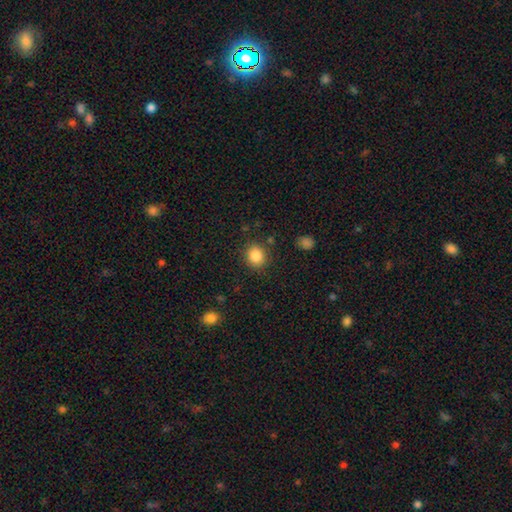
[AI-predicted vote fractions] Smooth or featured?
  - smooth: 85% *
  - star or artifact: 10%
  - featured or disk: 5%
How rounded?
  - round: 80% *
  - in between: 19%
  - cigar-shaped: 1%
Merging?
  - none: 86% *
  - minor disturbance: 9%
  - major disturbance: 3%
  - merger: 2%